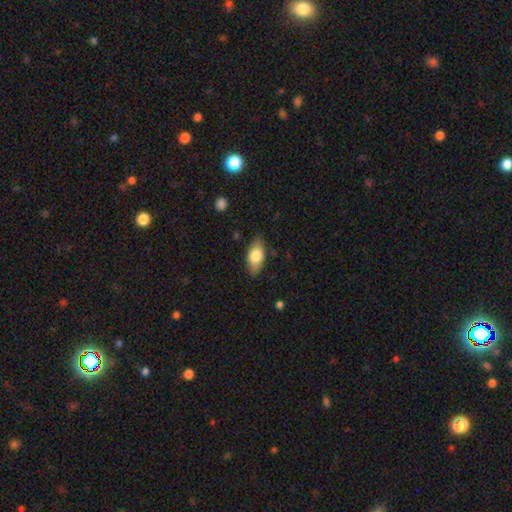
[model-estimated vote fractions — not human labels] The model was most divided on "smooth or featured": smooth: 73%, featured or disk: 20%, star or artifact: 6%. More confident: how rounded — in between (88%); merging — none (82%).